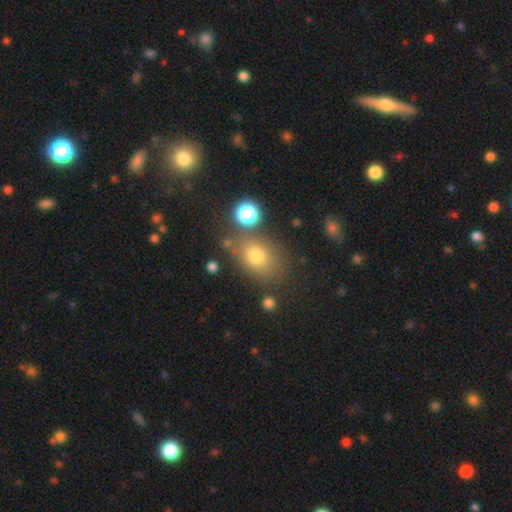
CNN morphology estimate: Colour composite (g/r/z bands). It shows a smooth galaxy with no disk features (73%) that is in between round and cigar-shaped (62%). Merging: none (70%).